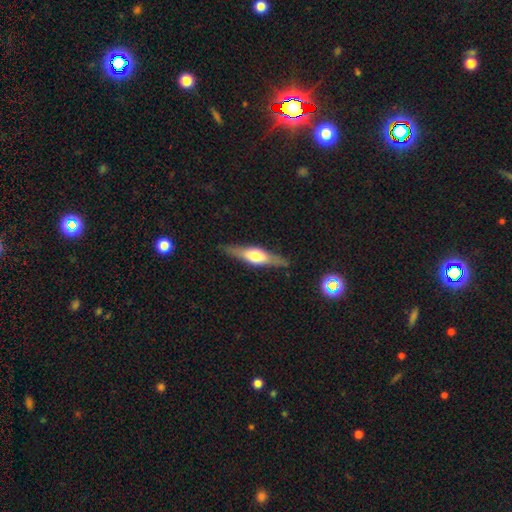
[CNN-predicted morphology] Smooth or featured?
  - featured or disk: 64% *
  - smooth: 30%
  - star or artifact: 6%
Edge-on disk?
  - yes: 94% *
  - no: 6%
Edge-on bulge?
  - rounded: 87% *
  - boxy: 10%
  - none: 3%
Merging?
  - none: 85% *
  - minor disturbance: 10%
  - major disturbance: 3%
  - merger: 2%